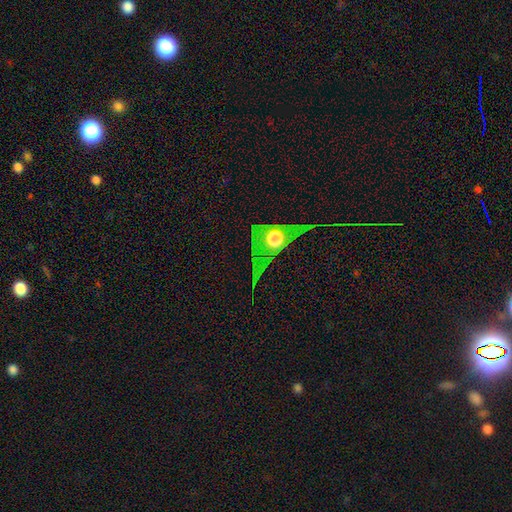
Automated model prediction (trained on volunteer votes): Smooth or featured? Predicted: star or artifact (p=0.44).